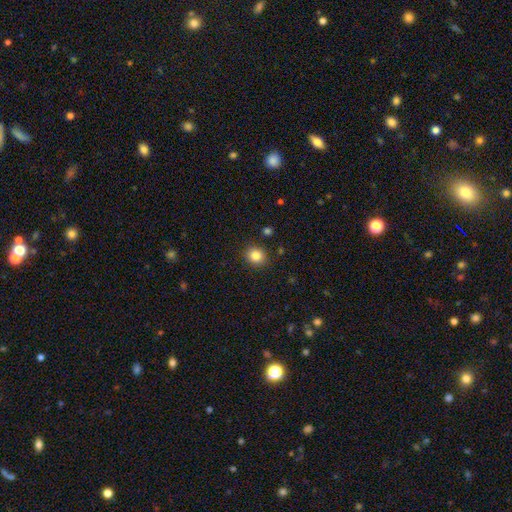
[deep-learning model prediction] A smooth galaxy with no disk features (85%) that is round (73%). Merging: none (89%).